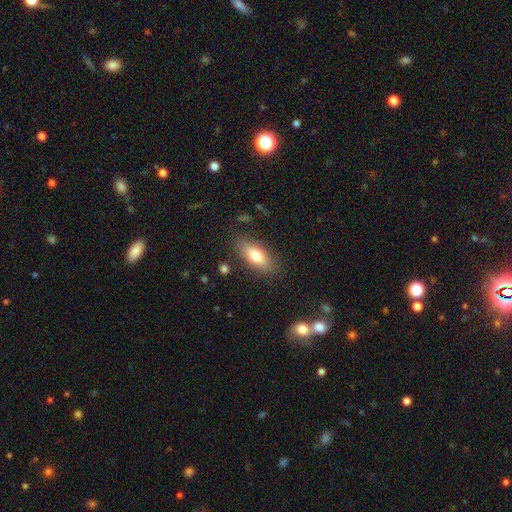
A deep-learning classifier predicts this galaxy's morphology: Overall: smooth (75%). How rounded: in between (81%). Merging: none (82%).